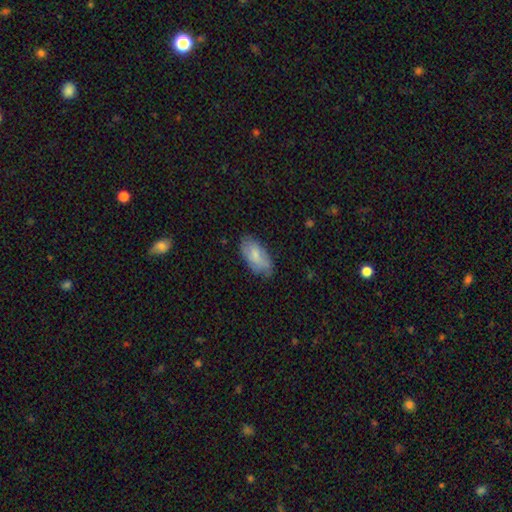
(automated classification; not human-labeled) Smooth or featured? Predicted: smooth (p=0.75). How rounded? Predicted: in between (p=0.93). Merging? Predicted: none (p=0.71).